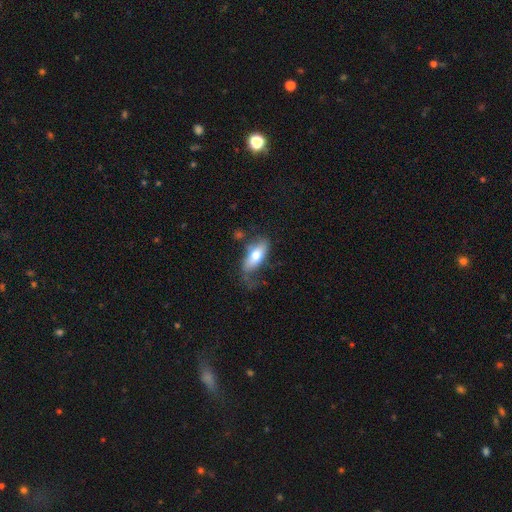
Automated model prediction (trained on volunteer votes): Smooth or featured?
  - smooth: 66% *
  - featured or disk: 28%
  - star or artifact: 6%
How rounded?
  - in between: 79% *
  - cigar-shaped: 17%
  - round: 3%
Merging?
  - none: 45% *
  - minor disturbance: 30%
  - major disturbance: 20%
  - merger: 5%